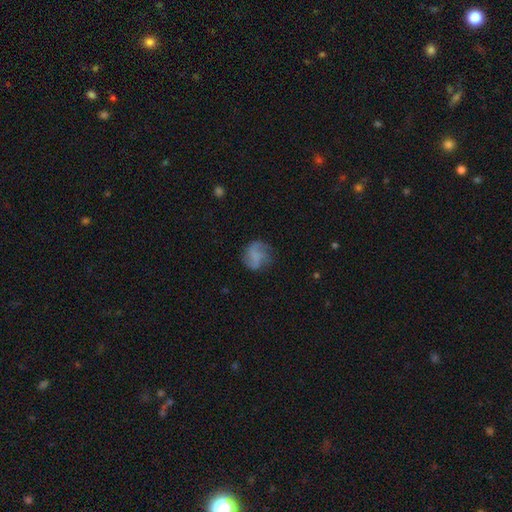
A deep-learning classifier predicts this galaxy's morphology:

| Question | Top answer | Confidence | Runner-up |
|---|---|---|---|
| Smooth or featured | smooth | 54% | featured or disk (36%) |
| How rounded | round | 74% | in between (25%) |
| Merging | none | 59% | minor disturbance (23%) |